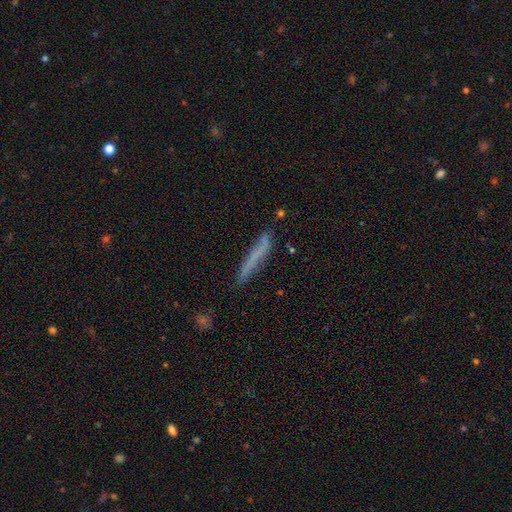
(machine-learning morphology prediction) smooth 57%, featured or disk 35%, star or artifact 9%. Down the decision tree: how rounded — cigar-shaped (95%); merging — none (76%).